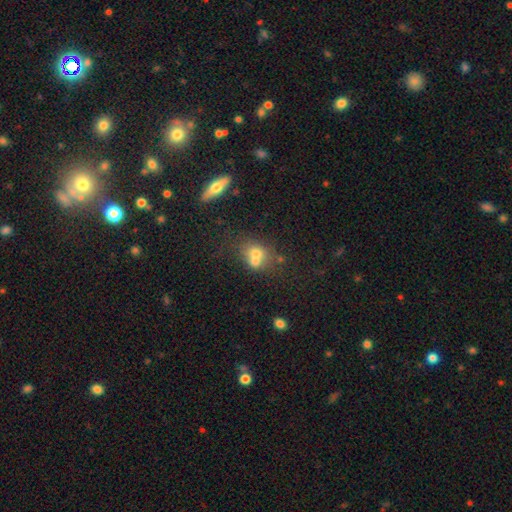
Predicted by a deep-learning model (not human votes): This appears to be a smooth galaxy with no disk features (64%) that is round (53%). Merging: merger (52%).